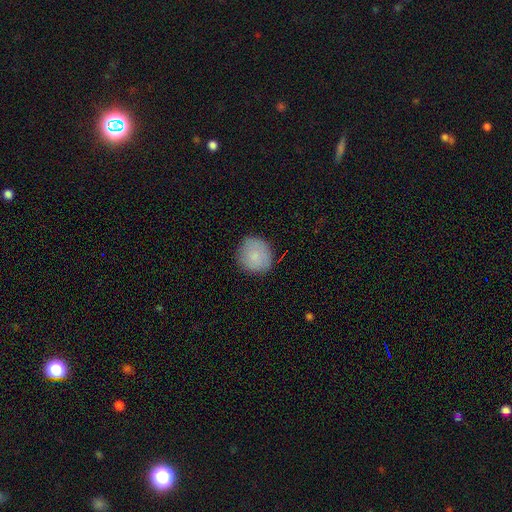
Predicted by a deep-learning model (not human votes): This appears to be a smooth galaxy with no disk features (82%) that is round (86%). Merging: none (81%).